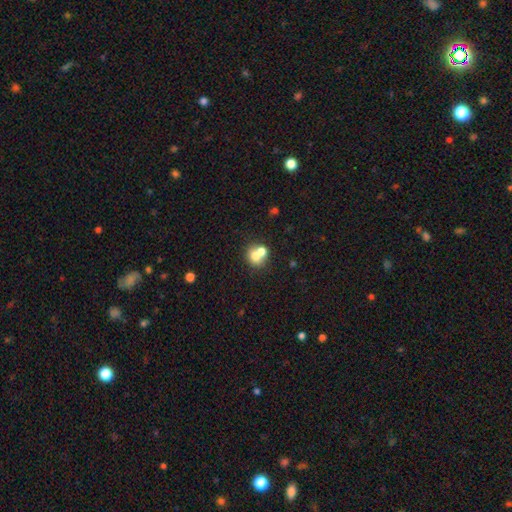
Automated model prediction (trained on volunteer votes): The model was most divided on "merging": merger: 51%, none: 38%, minor disturbance: 7%, major disturbance: 3%. More confident: how rounded — round (74%); smooth or featured — smooth (69%).